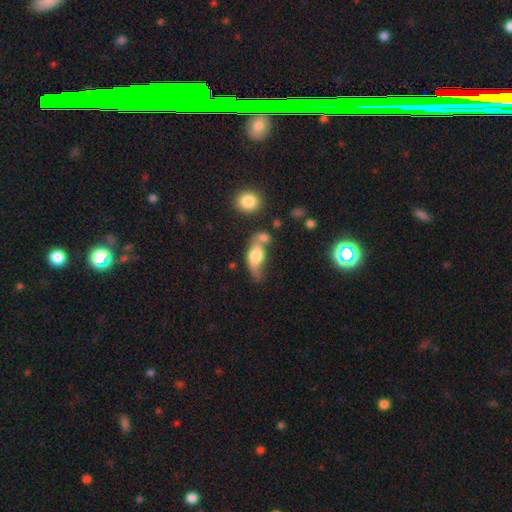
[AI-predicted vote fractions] Smooth or featured?
  - smooth: 66% *
  - featured or disk: 26%
  - star or artifact: 8%
How rounded?
  - in between: 77% *
  - round: 12%
  - cigar-shaped: 11%
Merging?
  - merger: 33% *
  - none: 27%
  - minor disturbance: 22%
  - major disturbance: 18%